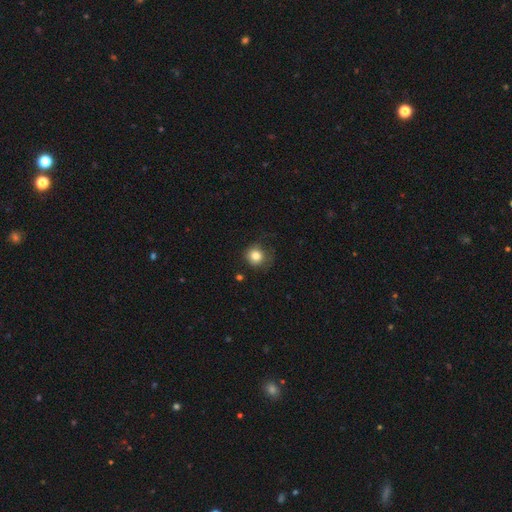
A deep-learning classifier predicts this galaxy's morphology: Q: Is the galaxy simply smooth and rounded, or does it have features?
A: smooth — 82%.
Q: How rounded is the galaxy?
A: round — 89%.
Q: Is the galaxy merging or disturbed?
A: none — 69%.